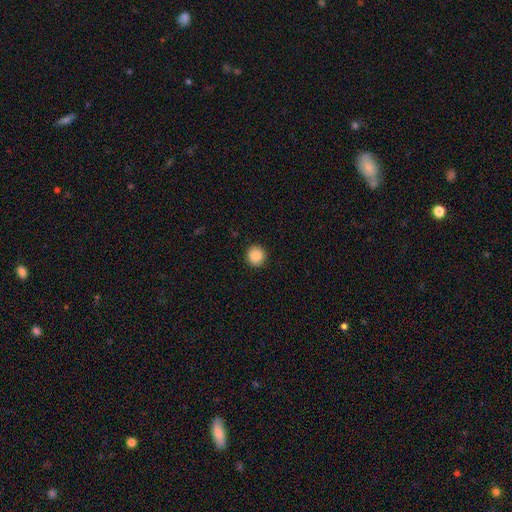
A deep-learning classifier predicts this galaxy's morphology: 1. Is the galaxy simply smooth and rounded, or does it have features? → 88% smooth, 9% star or artifact, 3% featured or disk.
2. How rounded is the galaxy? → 93% round, 6% in between, 1% cigar-shaped.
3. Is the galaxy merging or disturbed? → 92% none, 6% minor disturbance, 2% major disturbance, 1% merger.